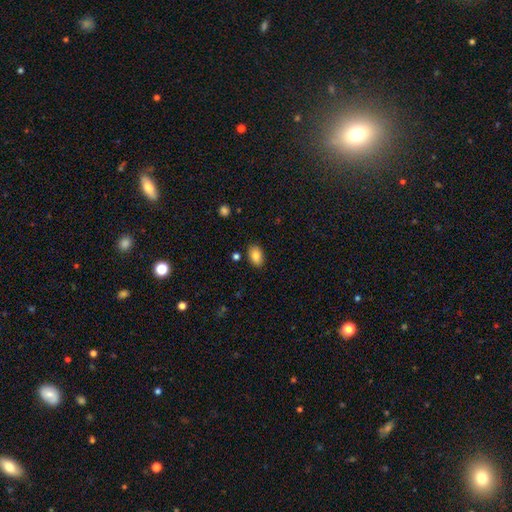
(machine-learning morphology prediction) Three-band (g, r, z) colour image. It shows a smooth galaxy with no disk features (85%) that is in between round and cigar-shaped (88%). Merging: none (85%).